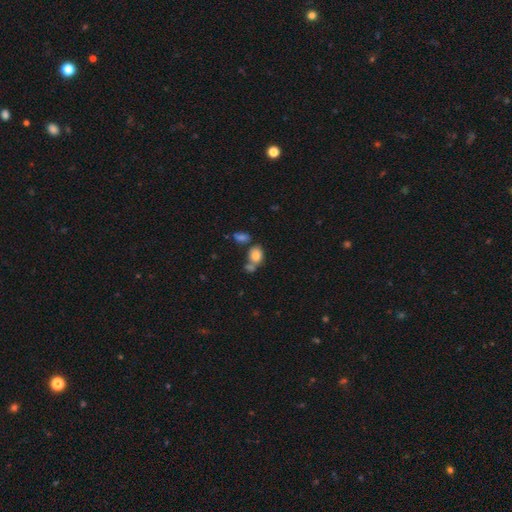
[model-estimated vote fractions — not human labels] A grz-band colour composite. It shows a smooth galaxy with no disk features (80%) that is in between round and cigar-shaped (64%). Merging: none (48%).